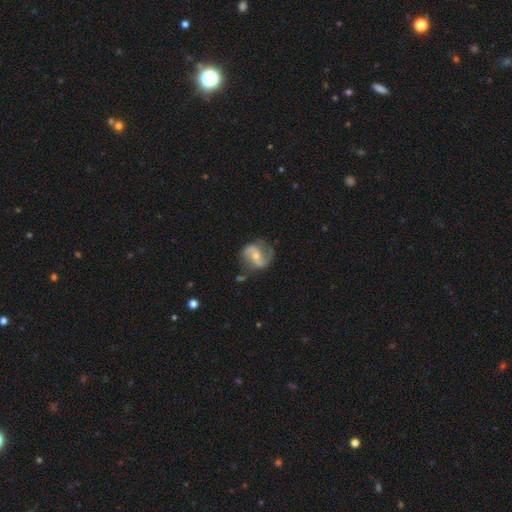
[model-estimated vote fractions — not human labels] smooth-or-featured: featured or disk: 82% | smooth: 12% | star or artifact: 6%
  disk-edge-on: no: 97% | yes: 3%
    bar: weak: 41% | no: 34% | strong: 25%
    has-spiral-arms: yes: 94% | no: 6%
      spiral-winding: loose: 45% | medium: 42% | tight: 13%
      spiral-arm-count: 2: 89% | can't tell: 4% | 1: 3% | 3: 2% | 4: 1% | more than 4: 1%
    bulge-size: moderate: 50% | small: 46% | large: 2% | none: 2% | dominant: 1%
  merging: none: 70% | minor disturbance: 19% | major disturbance: 8% | merger: 3%